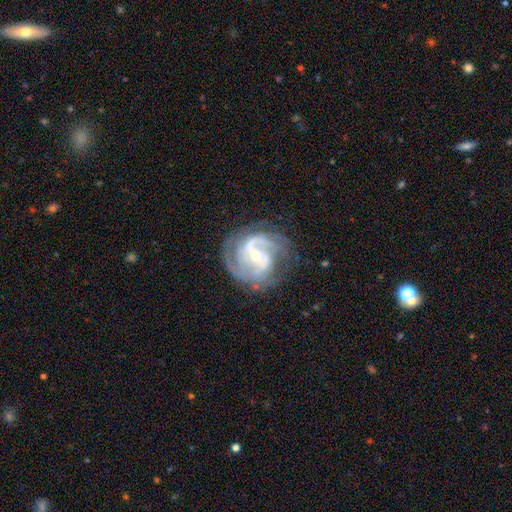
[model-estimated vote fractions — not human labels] This is clearly a featured or disk galaxy (88%). It is clearly not viewed edge-on (98%). Bar: marginally weak (43%). Spiral arm pattern: clearly yes (96%). Spiral arm count: possibly 2 (48%). Spiral winding: marginally medium (45%). Central bulge: likely small (60%). Merging: likely none (69%).